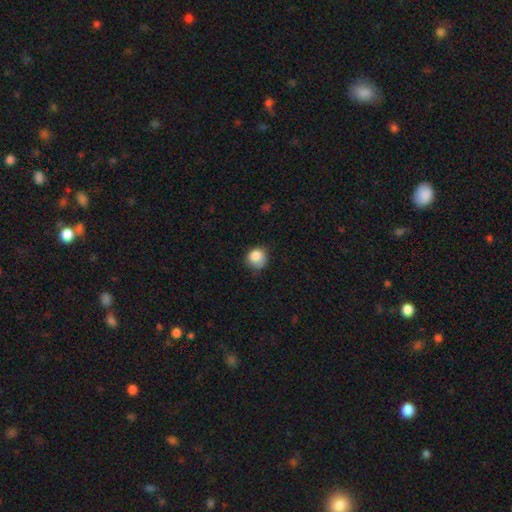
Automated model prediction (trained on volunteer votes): A smooth galaxy with no disk features (84%) that is round (83%).

Vote fractions:
- Smooth or featured? smooth: 84% / star or artifact: 10% / featured or disk: 7%
- How rounded? round: 83% / in between: 16% / cigar-shaped: 1%
- Merging? none: 62% / minor disturbance: 30% / major disturbance: 7% / merger: 2%